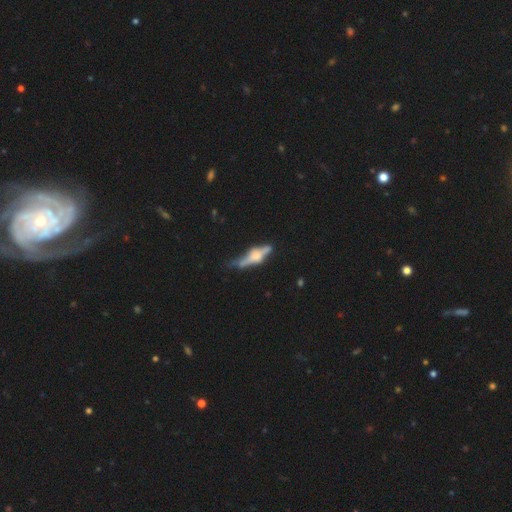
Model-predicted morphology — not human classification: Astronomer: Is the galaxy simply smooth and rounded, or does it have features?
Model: featured or disk — 64%.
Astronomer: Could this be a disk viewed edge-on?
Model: yes — 90%.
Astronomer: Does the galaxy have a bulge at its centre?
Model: rounded — 76%.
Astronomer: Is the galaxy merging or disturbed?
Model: none — 55%.